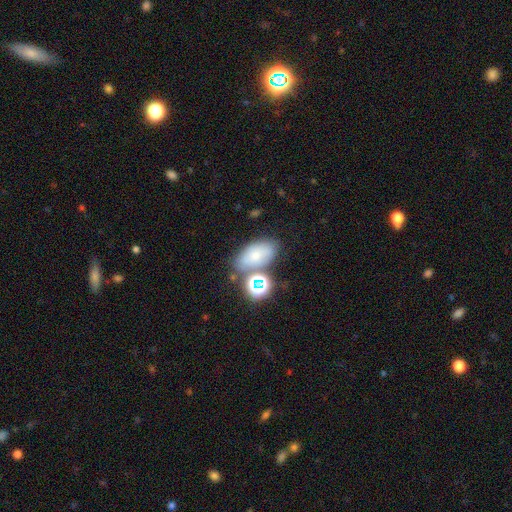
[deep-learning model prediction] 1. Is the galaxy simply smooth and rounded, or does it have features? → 64% smooth, 18% featured or disk, 18% star or artifact.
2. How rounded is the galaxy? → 81% in between, 16% round, 3% cigar-shaped.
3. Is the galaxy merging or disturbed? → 59% none, 19% merger, 16% minor disturbance, 6% major disturbance.